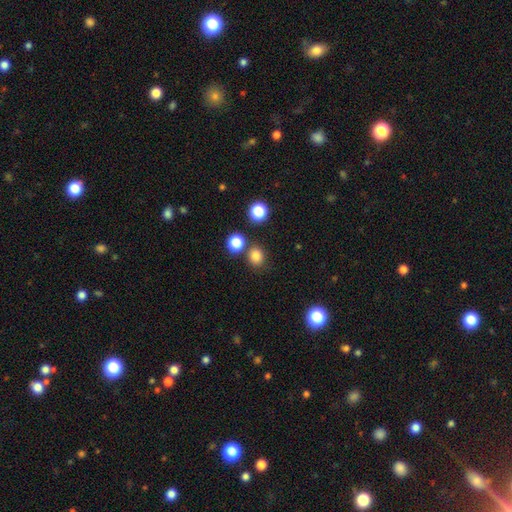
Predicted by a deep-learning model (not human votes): Smooth or featured? smooth (81%)
How rounded? round (79%)
Merging? none (78%)